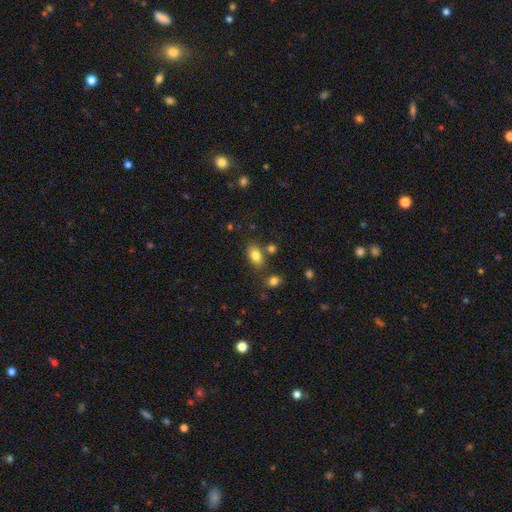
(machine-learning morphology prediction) The model was most divided on "merging": none: 75%, minor disturbance: 12%, merger: 10%, major disturbance: 3%. More confident: how rounded — in between (86%); smooth or featured — smooth (81%).